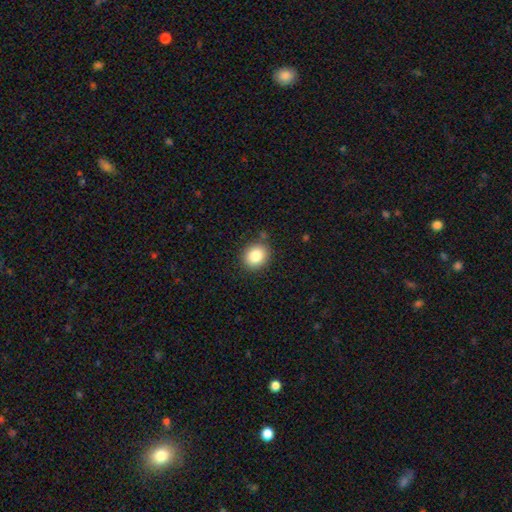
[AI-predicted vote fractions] Smooth or featured: smooth — 85% (star or artifact — 9%)
How rounded: round — 71% (in between — 28%)
Merging: none — 85% (minor disturbance — 10%)